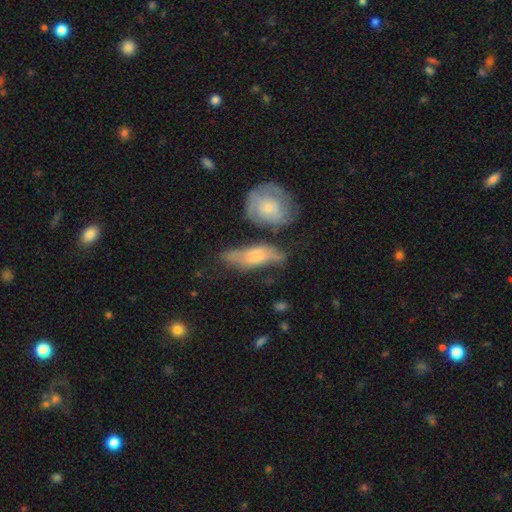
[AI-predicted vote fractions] Overall: featured or disk (47%; smooth 45%). Merging: none (45%; minor disturbance 25%).